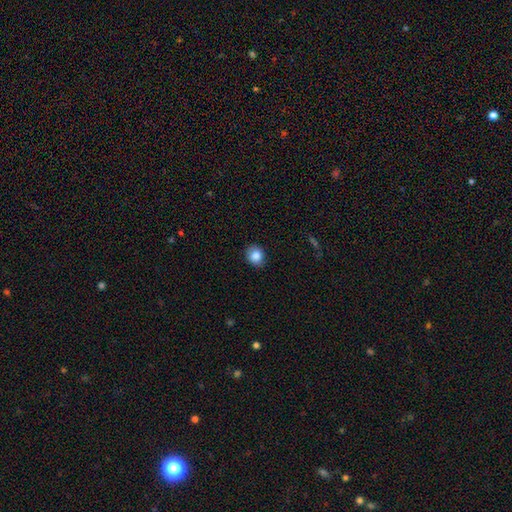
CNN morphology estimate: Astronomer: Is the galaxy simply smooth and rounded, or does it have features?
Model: smooth — 86%.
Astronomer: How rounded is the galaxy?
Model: round — 68%.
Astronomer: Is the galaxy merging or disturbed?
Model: none — 85%.